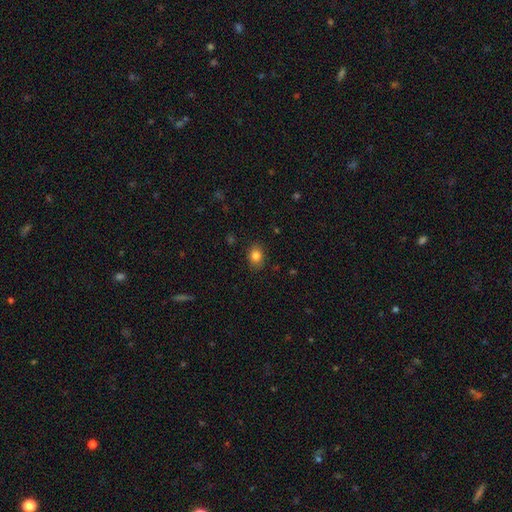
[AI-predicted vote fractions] Q: Smooth or featured?
A: smooth (83%); runner-up: star or artifact (11%)
Q: How rounded?
A: in between (56%); runner-up: round (43%)
Q: Merging?
A: none (85%); runner-up: minor disturbance (11%)